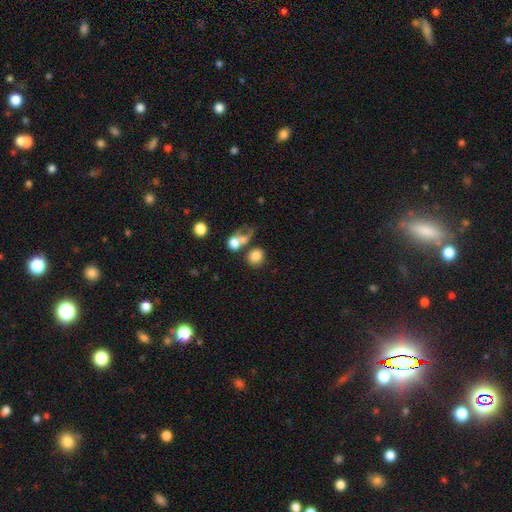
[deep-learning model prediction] Smooth or featured? smooth (79%)
How rounded? round (76%)
Merging? none (53%)